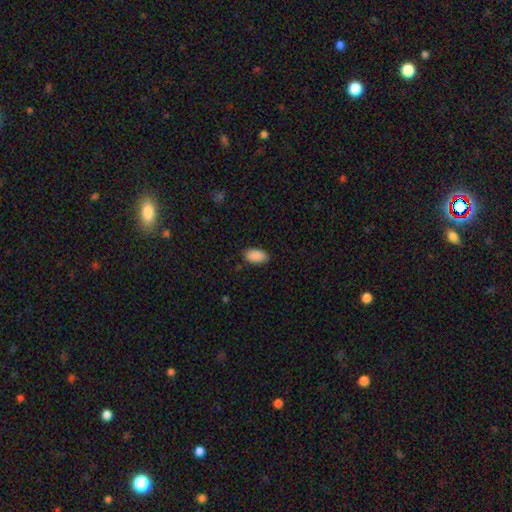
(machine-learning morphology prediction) Smooth or featured? smooth (90%)
How rounded? in between (95%)
Merging? none (86%)